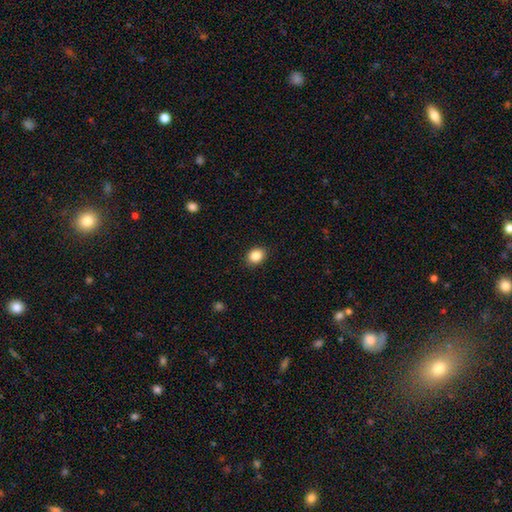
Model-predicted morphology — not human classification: This is clearly a smooth galaxy (86%). How rounded: possibly round (51%). Merging: clearly none (89%).